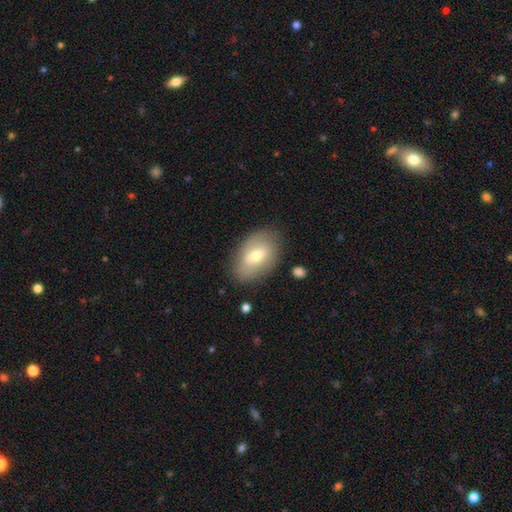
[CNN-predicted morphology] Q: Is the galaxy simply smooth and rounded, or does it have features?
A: smooth — 60%.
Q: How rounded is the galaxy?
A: in between — 89%.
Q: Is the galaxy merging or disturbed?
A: none — 81%.